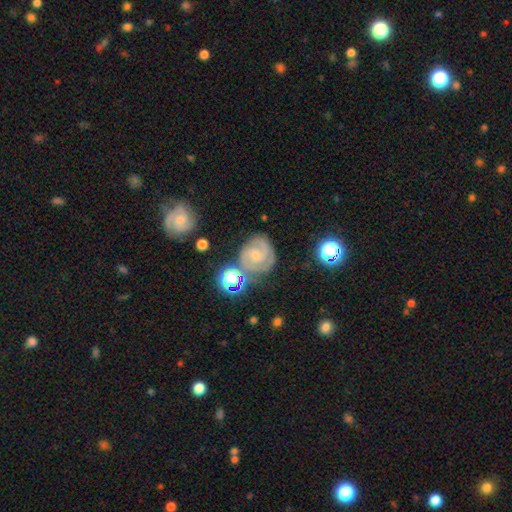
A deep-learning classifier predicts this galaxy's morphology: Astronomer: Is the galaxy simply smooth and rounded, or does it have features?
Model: featured or disk — 83%.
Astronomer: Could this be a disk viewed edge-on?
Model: no — 98%.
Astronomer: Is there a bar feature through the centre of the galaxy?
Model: no — 58% (runner-up: weak, 35%).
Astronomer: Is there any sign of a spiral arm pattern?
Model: yes — 98%.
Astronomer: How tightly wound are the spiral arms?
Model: tight — 65%.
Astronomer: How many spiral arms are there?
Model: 2 — 63%.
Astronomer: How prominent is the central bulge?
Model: small — 65%.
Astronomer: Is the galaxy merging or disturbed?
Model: none — 69%.